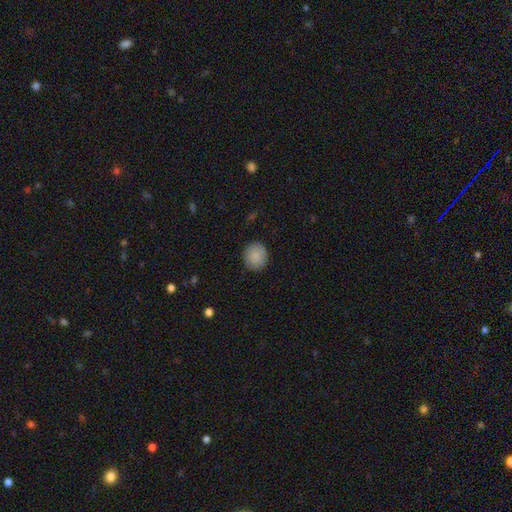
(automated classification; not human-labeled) This appears to be a smooth galaxy with no disk features (87%) that is round (87%). Merging: none (89%).